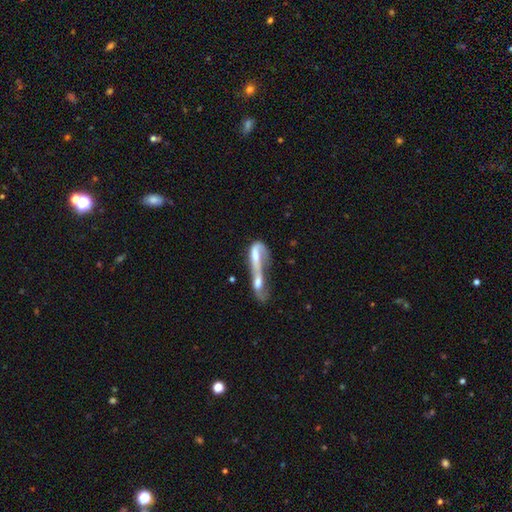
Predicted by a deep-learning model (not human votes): smooth_or_featured: featured or disk (p=0.55) [alt: smooth p=0.37]
disk_edge_on: no (p=0.77) [alt: yes p=0.23]
merging: merger (p=0.77) [alt: major disturbance p=0.10]